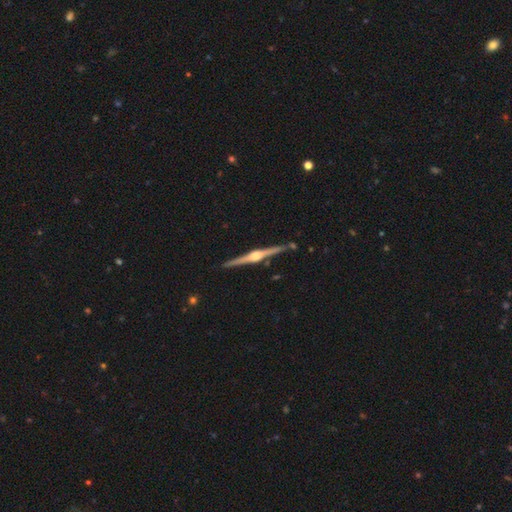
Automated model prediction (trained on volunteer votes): Smooth or featured: featured or disk — 88% (smooth — 7%)
Edge-on disk: yes — 99% (no — 1%)
Edge-on bulge: rounded — 89% (boxy — 9%)
Merging: none — 88% (minor disturbance — 8%)